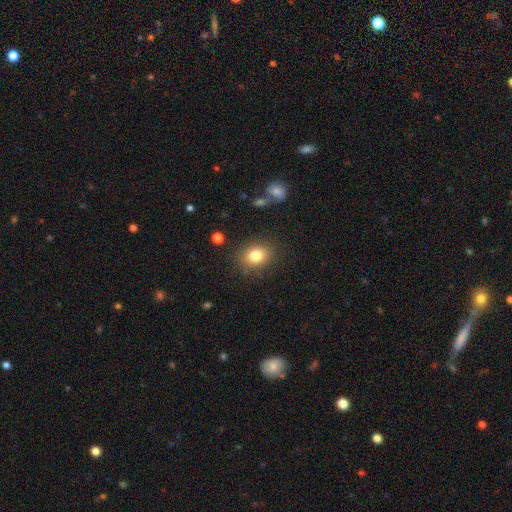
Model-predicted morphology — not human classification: A smooth galaxy with no disk features (82%) that is in between round and cigar-shaped (51%). Merging: none (85%).